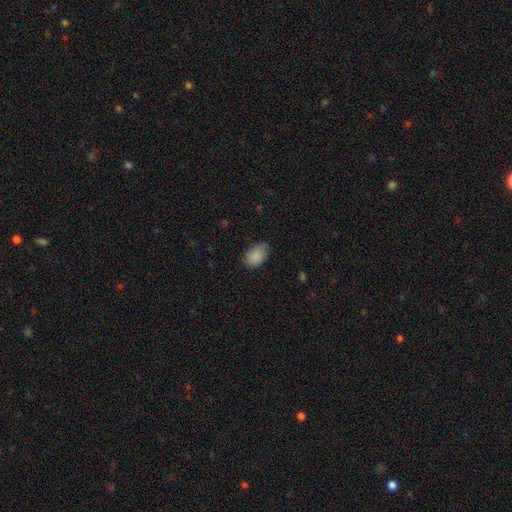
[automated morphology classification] Smooth or featured?
  - smooth: 88% *
  - star or artifact: 7%
  - featured or disk: 5%
How rounded?
  - in between: 90% *
  - round: 9%
  - cigar-shaped: 1%
Merging?
  - none: 67% *
  - minor disturbance: 28%
  - major disturbance: 4%
  - merger: 1%